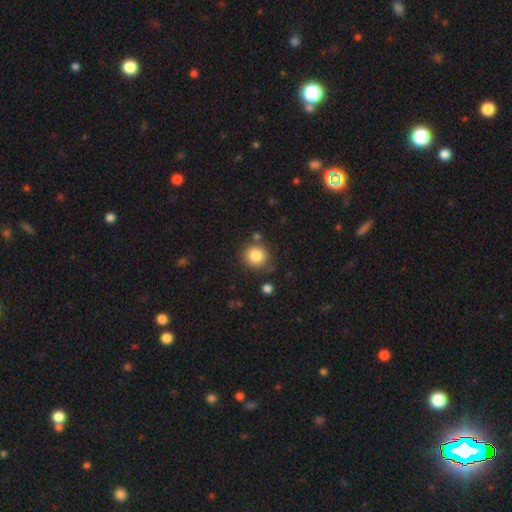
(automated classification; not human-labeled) Smooth or featured? Predicted: smooth (p=0.84). How rounded? Predicted: round (p=0.89). Merging? Predicted: none (p=0.79).